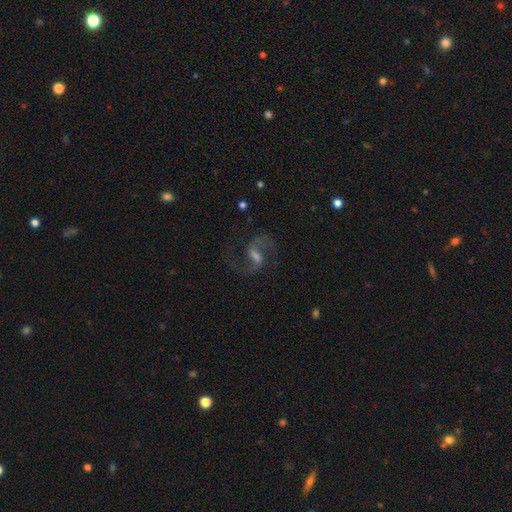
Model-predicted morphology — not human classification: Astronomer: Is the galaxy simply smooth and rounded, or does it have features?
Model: featured or disk — 87%.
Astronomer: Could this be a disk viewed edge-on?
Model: no — 98%.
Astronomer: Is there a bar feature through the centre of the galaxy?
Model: weak — 57%.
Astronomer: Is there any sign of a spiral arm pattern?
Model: yes — 97%.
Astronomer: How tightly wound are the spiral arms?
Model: loose — 54% (runner-up: medium, 41%).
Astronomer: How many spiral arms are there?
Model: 2 — 93%.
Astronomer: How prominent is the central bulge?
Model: moderate — 38%, tied with small at 38%.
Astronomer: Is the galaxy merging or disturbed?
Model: none — 77%.